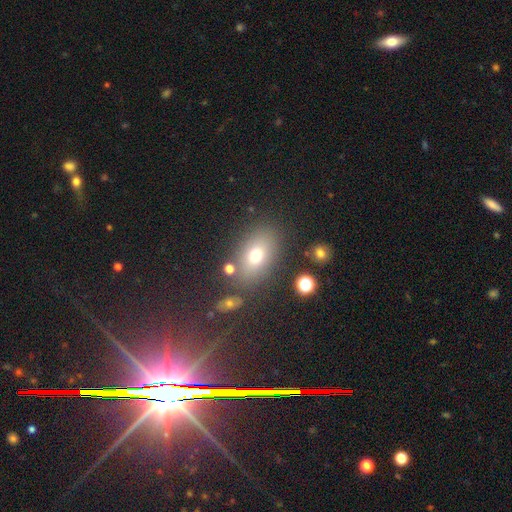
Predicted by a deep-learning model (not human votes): Smooth or featured? Predicted: smooth (p=0.69). How rounded? Predicted: in between (p=0.76). Merging? Predicted: none (p=0.76).